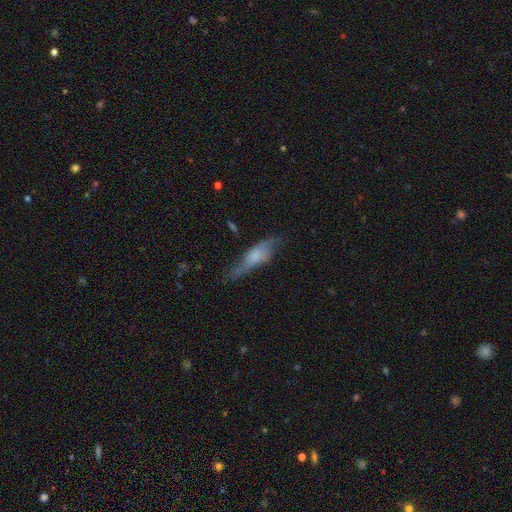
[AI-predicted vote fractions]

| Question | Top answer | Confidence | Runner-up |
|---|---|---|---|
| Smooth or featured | featured or disk | 47% | smooth (45%) |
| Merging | none | 54% | minor disturbance (29%) |